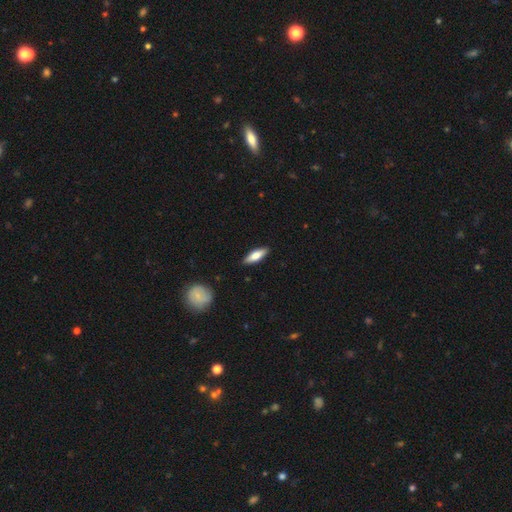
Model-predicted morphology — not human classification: type=smooth (67%); roundness=in between (53%); merging=none (88%).